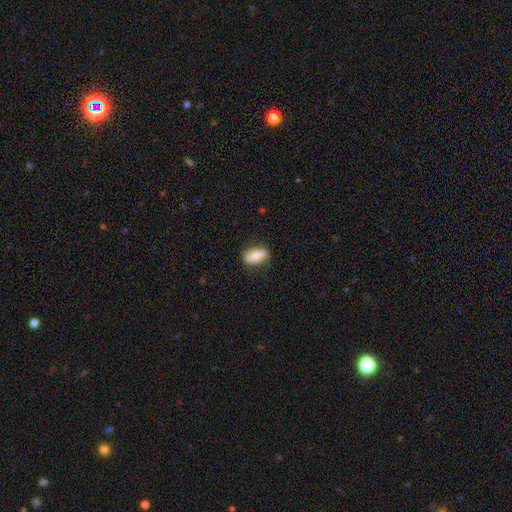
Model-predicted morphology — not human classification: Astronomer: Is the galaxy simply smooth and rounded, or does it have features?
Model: smooth — 70%.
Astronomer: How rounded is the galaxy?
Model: in between — 88%.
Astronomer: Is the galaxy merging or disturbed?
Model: none — 82%.